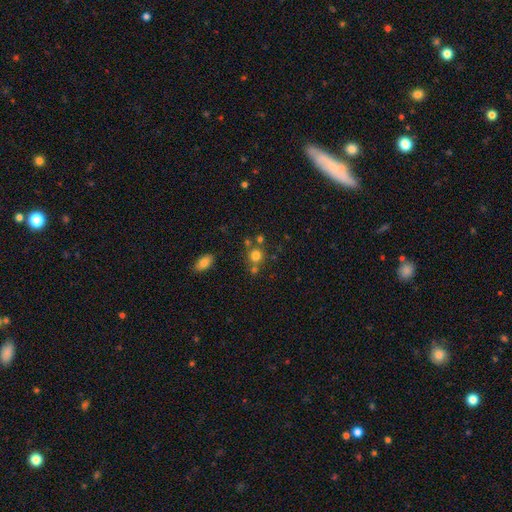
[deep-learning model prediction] Smooth or featured? smooth (76%)
How rounded? round (87%)
Merging? none (62%)